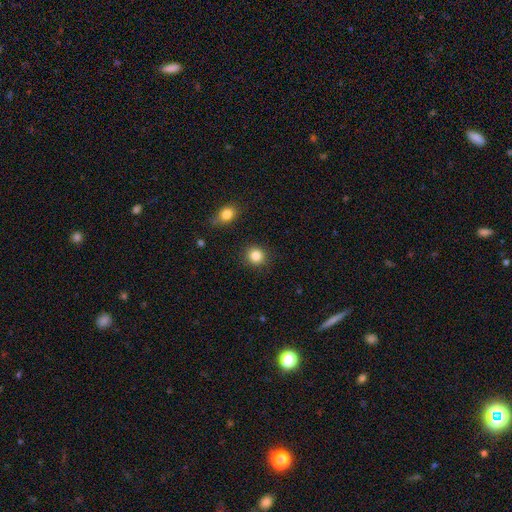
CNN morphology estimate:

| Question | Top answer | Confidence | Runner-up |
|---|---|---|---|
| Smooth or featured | smooth | 85% | star or artifact (10%) |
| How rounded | round | 90% | in between (9%) |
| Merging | none | 90% | minor disturbance (6%) |